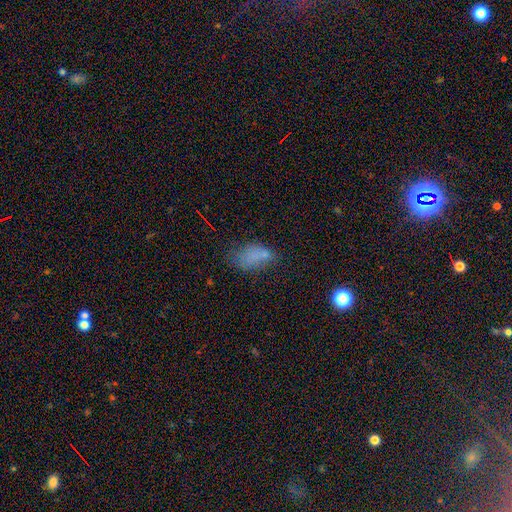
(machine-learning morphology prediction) smooth-or-featured: smooth: 66% | star or artifact: 17% | featured or disk: 17%
  how-rounded: in between: 88% | round: 8% | cigar-shaped: 3%
  merging: none: 43% | minor disturbance: 27% | major disturbance: 21% | merger: 9%